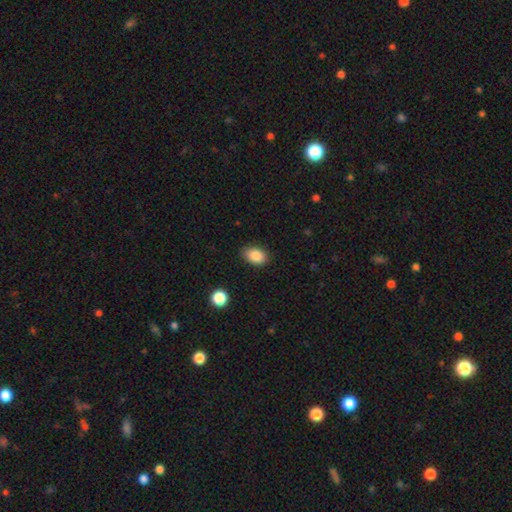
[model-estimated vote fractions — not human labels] The model was most divided on "merging": none: 82%, minor disturbance: 14%, major disturbance: 3%, merger: 1%. More confident: smooth or featured — smooth (86%); how rounded — in between (84%).